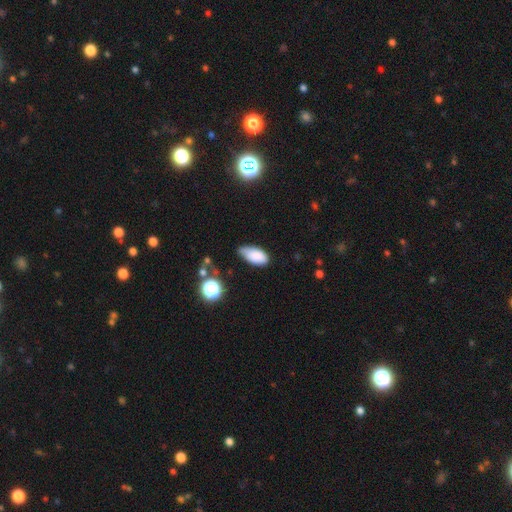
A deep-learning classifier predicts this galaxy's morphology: Q: Smooth or featured?
A: smooth (84%); runner-up: star or artifact (9%)
Q: How rounded?
A: in between (91%); runner-up: cigar-shaped (6%)
Q: Merging?
A: none (52%); runner-up: minor disturbance (37%)